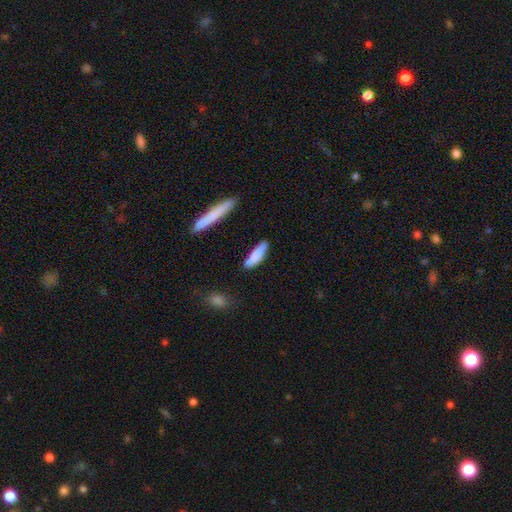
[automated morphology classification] A smooth galaxy with no disk features (78%) that is cigar-shaped (62%).

Vote fractions:
- Smooth or featured? smooth: 78% / featured or disk: 16% / star or artifact: 6%
- How rounded? cigar-shaped: 62% / in between: 37% / round: 2%
- Merging? none: 80% / minor disturbance: 14% / merger: 3% / major disturbance: 3%